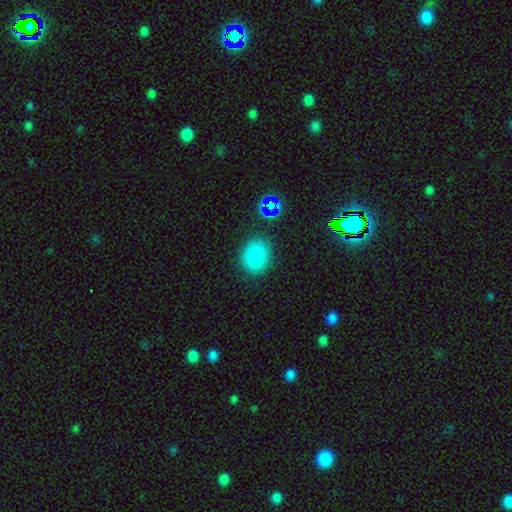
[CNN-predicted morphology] Q: Smooth or featured?
A: smooth (82%); runner-up: star or artifact (13%)
Q: How rounded?
A: round (56%); runner-up: in between (42%)
Q: Merging?
A: none (82%); runner-up: minor disturbance (11%)